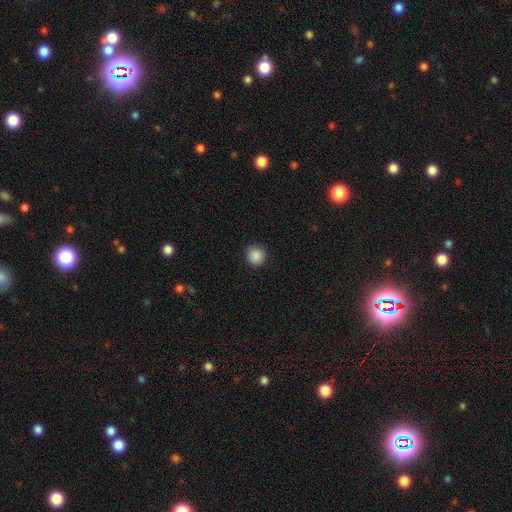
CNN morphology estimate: A smooth galaxy with no disk features (88%) that is round (93%).

Vote fractions:
- Smooth or featured? smooth: 88% / star or artifact: 9% / featured or disk: 3%
- How rounded? round: 93% / in between: 6% / cigar-shaped: 1%
- Merging? none: 91% / minor disturbance: 6% / major disturbance: 2% / merger: 1%